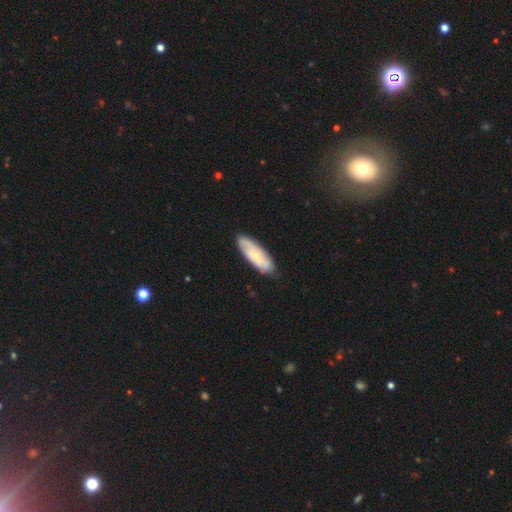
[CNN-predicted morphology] Smooth or featured? Predicted: smooth (p=0.53). How rounded? Predicted: in between (p=0.59). Merging? Predicted: none (p=0.80).